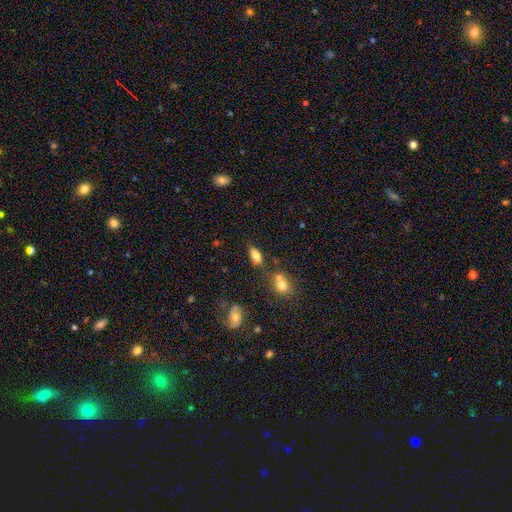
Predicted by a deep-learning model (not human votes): Smooth or featured? smooth (78%)
How rounded? in between (88%)
Merging? none (71%)